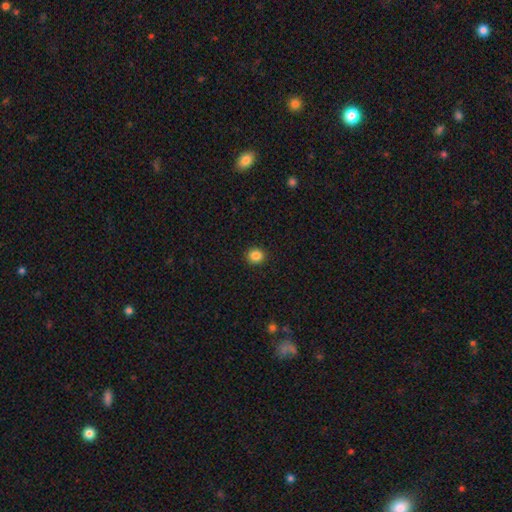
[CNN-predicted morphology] Smooth or featured? smooth (86%)
How rounded? round (85%)
Merging? none (93%)